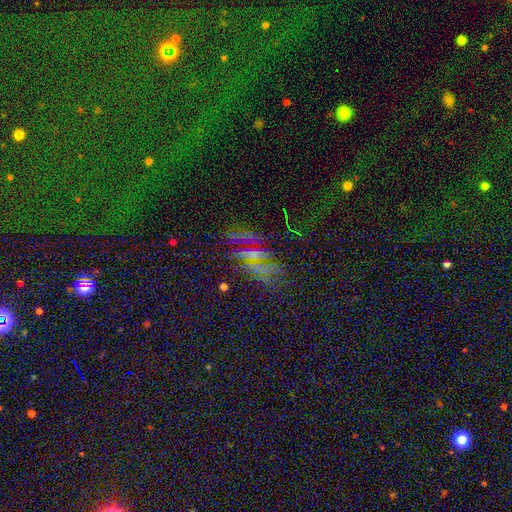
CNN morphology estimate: Overall: star or artifact (66%).